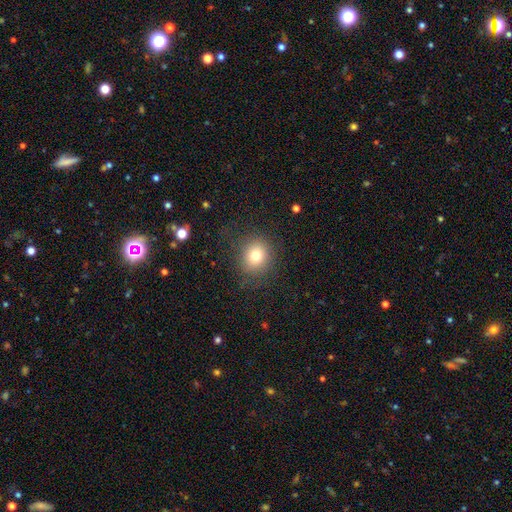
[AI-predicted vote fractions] A smooth galaxy with no disk features (75%) that is round (82%).

Vote fractions:
- Smooth or featured? smooth: 75% / star or artifact: 14% / featured or disk: 11%
- How rounded? round: 82% / in between: 17% / cigar-shaped: 1%
- Merging? none: 82% / minor disturbance: 11% / major disturbance: 6% / merger: 1%